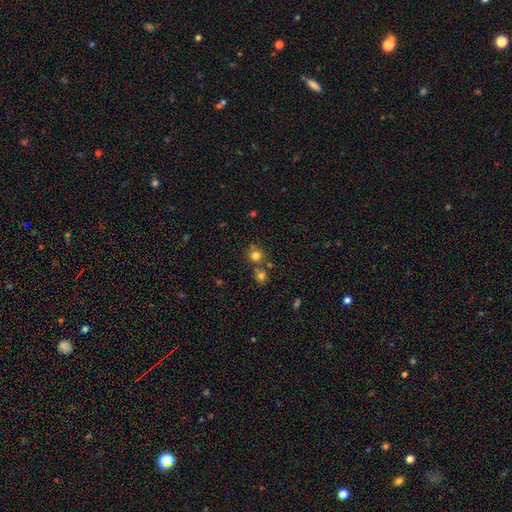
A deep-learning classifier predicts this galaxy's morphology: A smooth galaxy with no disk features (74%) that is round (89%). Merging: none (63%).